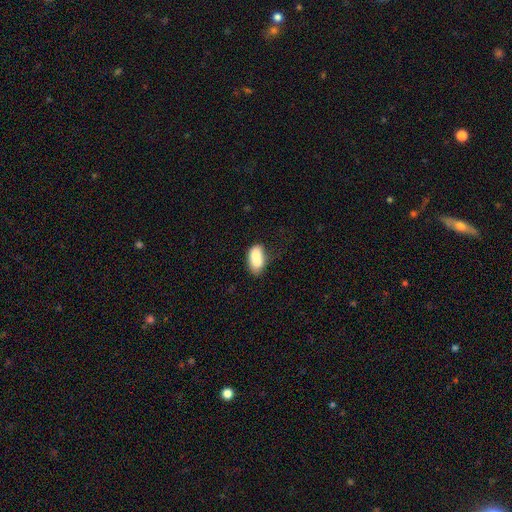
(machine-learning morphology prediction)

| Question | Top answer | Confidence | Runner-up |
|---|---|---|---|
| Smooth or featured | smooth | 74% | featured or disk (18%) |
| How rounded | in between | 88% | round (9%) |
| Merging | merger | 38% | none (35%) |